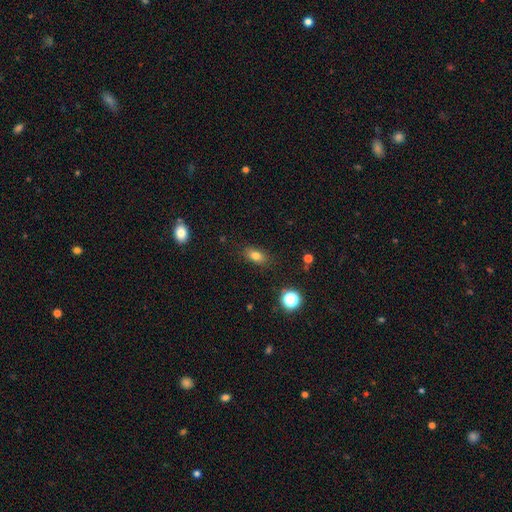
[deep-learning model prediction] Smooth or featured: smooth — 79% (star or artifact — 12%)
How rounded: in between — 82% (round — 13%)
Merging: none — 85% (minor disturbance — 10%)